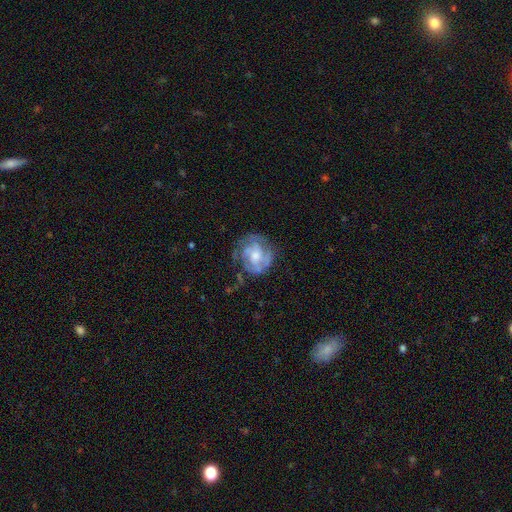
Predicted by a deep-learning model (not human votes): This is likely a featured or disk galaxy (75%). It is clearly not viewed edge-on (98%). Bar: likely no (68%). Spiral arm pattern: clearly yes (83%). Spiral arm count: marginally can't tell (35%). Spiral winding: possibly tight (53%). Central bulge: possibly moderate (54%). Merging: likely none (61%).